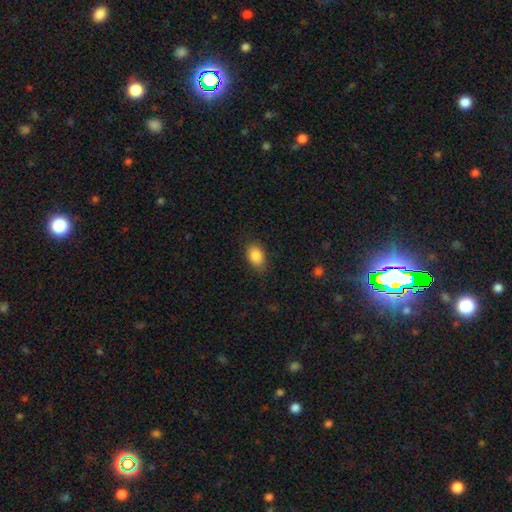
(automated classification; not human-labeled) smooth-or-featured: smooth: 86% | star or artifact: 8% | featured or disk: 6%
  how-rounded: in between: 84% | round: 14% | cigar-shaped: 2%
  merging: none: 82% | minor disturbance: 14% | major disturbance: 3% | merger: 1%